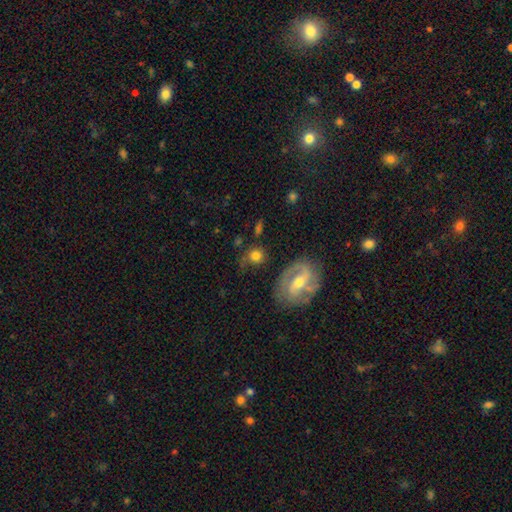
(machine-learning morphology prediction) type=smooth (61%); roundness=round (80%); merging=none (67%).